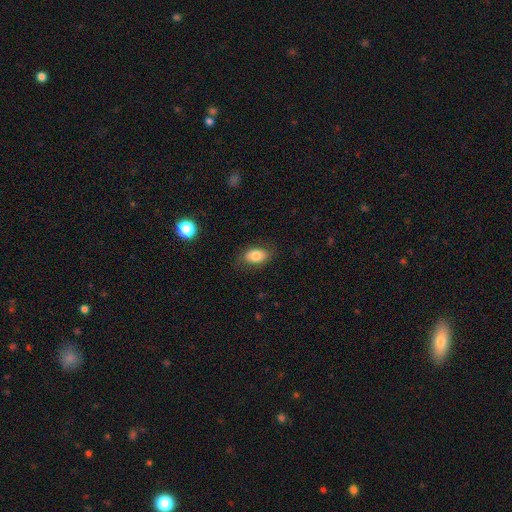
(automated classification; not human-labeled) This appears to be a smooth galaxy with no disk features (81%) that is in between round and cigar-shaped (89%). Merging: none (79%).